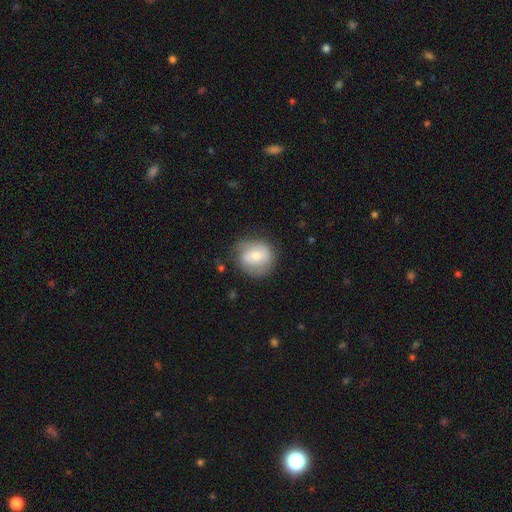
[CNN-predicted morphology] Q: Smooth or featured?
A: smooth (50%); runner-up: featured or disk (43%)
Q: Merging?
A: none (69%); runner-up: minor disturbance (21%)